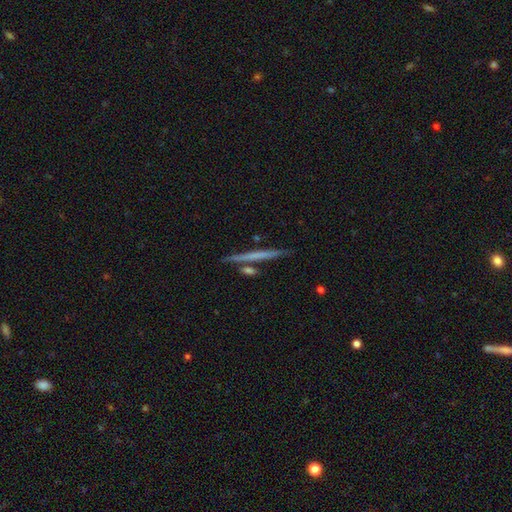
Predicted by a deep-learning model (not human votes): smooth-or-featured: featured or disk: 50% | smooth: 44% | star or artifact: 6%
  merging: none: 83% | minor disturbance: 8% | merger: 7% | major disturbance: 2%